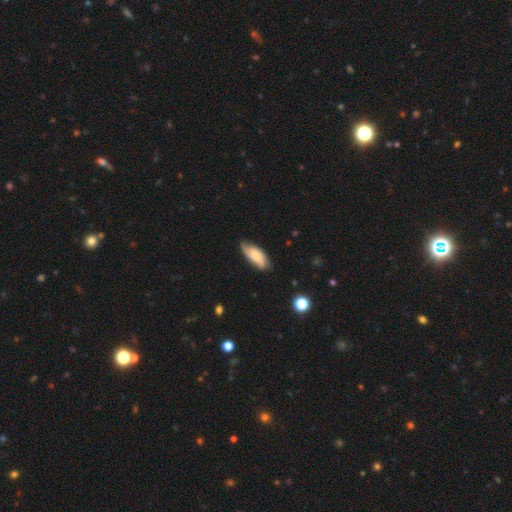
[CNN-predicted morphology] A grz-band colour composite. It shows a smooth galaxy with no disk features (70%) that is in between round and cigar-shaped (77%). Merging: none (71%).